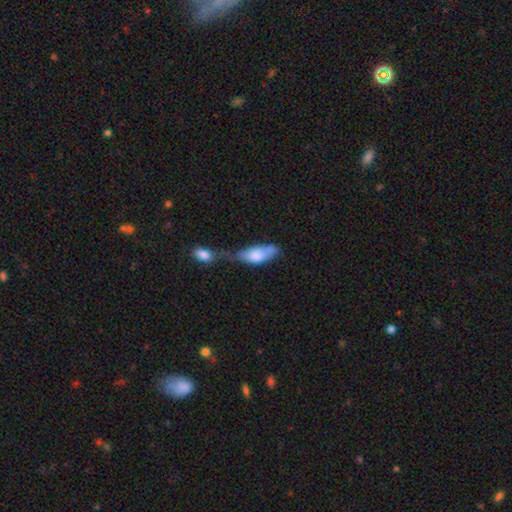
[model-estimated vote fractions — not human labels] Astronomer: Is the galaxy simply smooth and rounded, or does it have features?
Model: smooth — 73%.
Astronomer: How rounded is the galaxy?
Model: in between — 80%.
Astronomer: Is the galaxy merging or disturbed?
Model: merger — 54%.